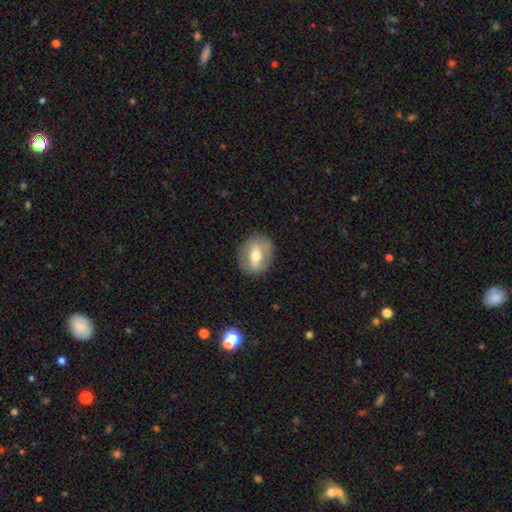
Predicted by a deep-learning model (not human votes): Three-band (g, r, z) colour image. It shows a featured or disk galaxy (49%). Merging: none (84%).